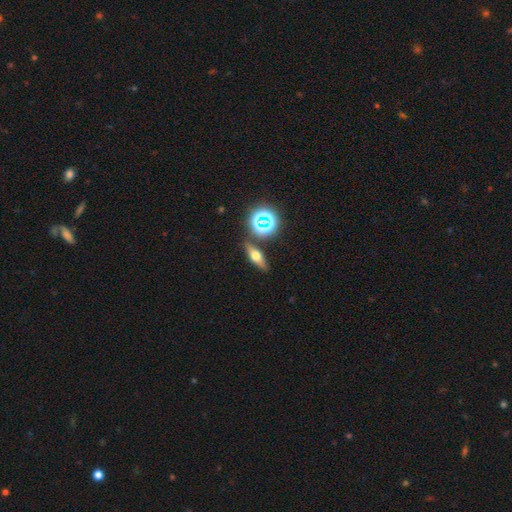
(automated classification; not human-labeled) Overall: smooth (42%; featured or disk 41%). Merging: none (84%).